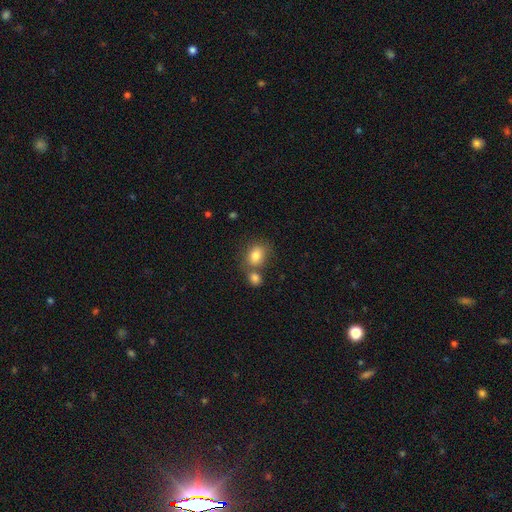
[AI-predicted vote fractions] Smooth or featured: smooth — 82% (star or artifact — 9%)
How rounded: in between — 60% (round — 39%)
Merging: none — 51% (merger — 33%)